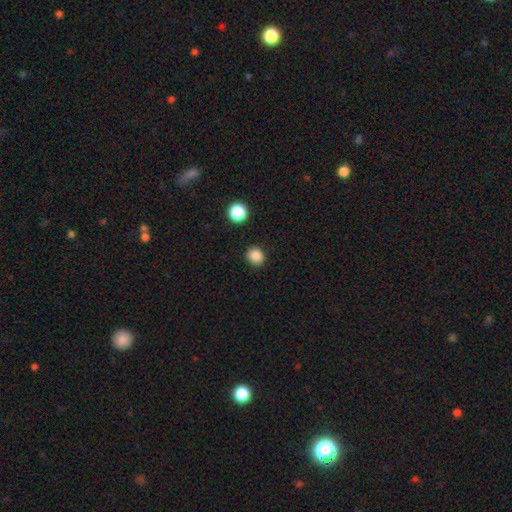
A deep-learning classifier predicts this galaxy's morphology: Overall: smooth (86%). How rounded: round (87%). Merging: none (90%).